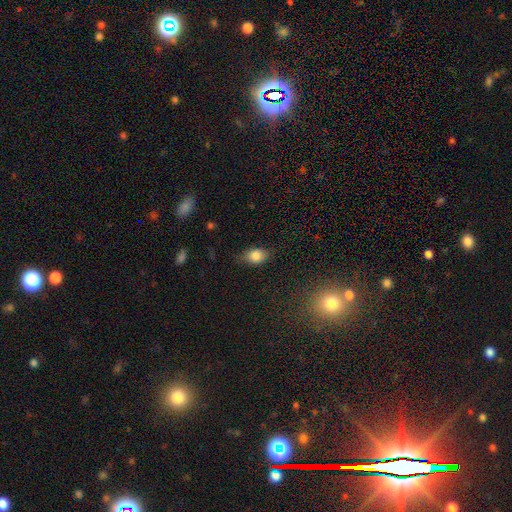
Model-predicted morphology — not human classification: A smooth galaxy with no disk features (81%) that is in between round and cigar-shaped (79%). Merging: none (74%).